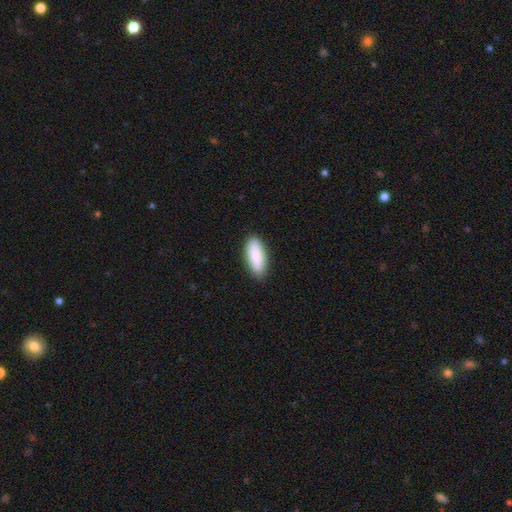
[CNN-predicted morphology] smooth-or-featured: smooth: 88% | featured or disk: 7% | star or artifact: 5%
  how-rounded: in between: 72% | cigar-shaped: 26% | round: 2%
  merging: none: 88% | minor disturbance: 9% | major disturbance: 2% | merger: 1%